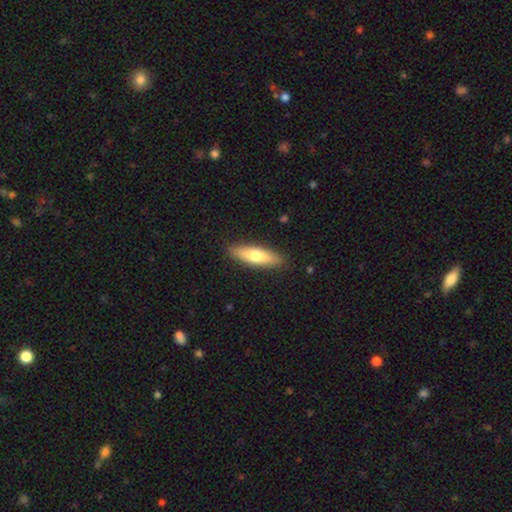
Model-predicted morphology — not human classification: Smooth or featured: smooth — 65% (featured or disk — 30%)
How rounded: cigar-shaped — 63% (in between — 35%)
Merging: none — 89% (minor disturbance — 8%)